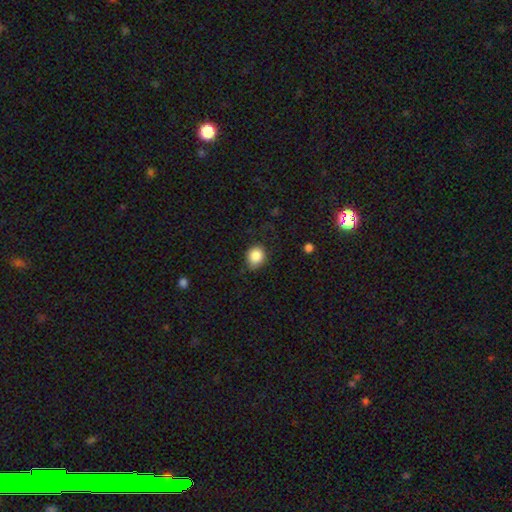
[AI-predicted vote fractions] Morphology: type=smooth (85%); roundness=round (67%); merging=none (74%).